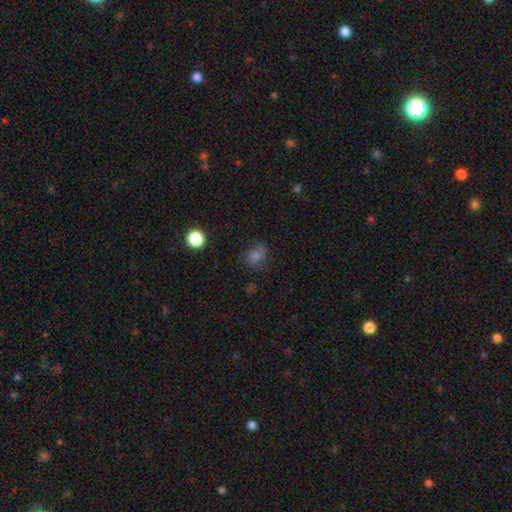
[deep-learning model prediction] Overall: smooth (57%; featured or disk 21%). How rounded: round (70%). Merging: none (69%).